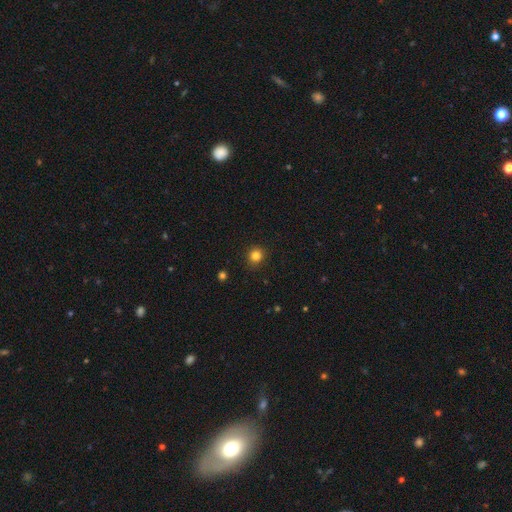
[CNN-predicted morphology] smooth-or-featured: smooth: 82% | star or artifact: 13% | featured or disk: 5%
  how-rounded: round: 88% | in between: 11% | cigar-shaped: 1%
  merging: none: 90% | minor disturbance: 7% | major disturbance: 2% | merger: 1%